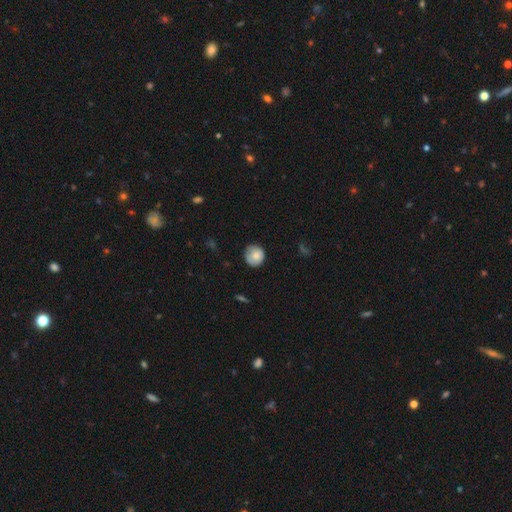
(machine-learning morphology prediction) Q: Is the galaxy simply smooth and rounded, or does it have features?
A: smooth — 79%.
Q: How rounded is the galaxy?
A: round — 90%.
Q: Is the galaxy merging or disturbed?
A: none — 75%.